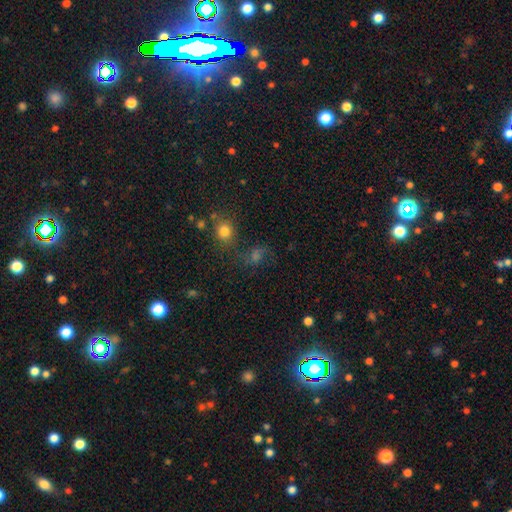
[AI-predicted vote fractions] Smooth or featured?
  - star or artifact: 42% *
  - smooth: 41%
  - featured or disk: 17%